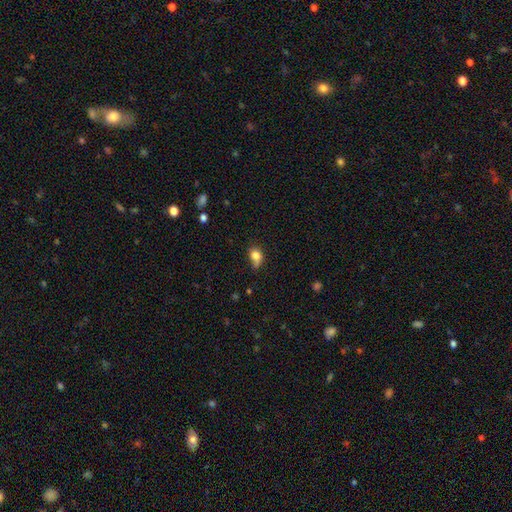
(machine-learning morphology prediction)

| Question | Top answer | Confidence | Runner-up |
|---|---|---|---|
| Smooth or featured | smooth | 79% | star or artifact (10%) |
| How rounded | in between | 53% | round (45%) |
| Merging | none | 40% | minor disturbance (37%) |